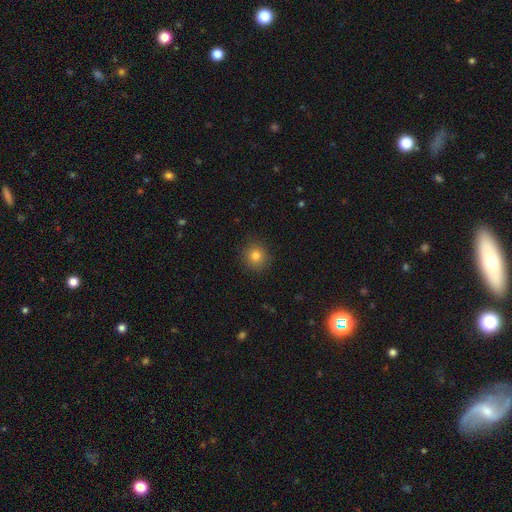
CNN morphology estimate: smooth 81%, star or artifact 12%, featured or disk 7%. Down the decision tree: how rounded — round (92%); merging — none (90%).